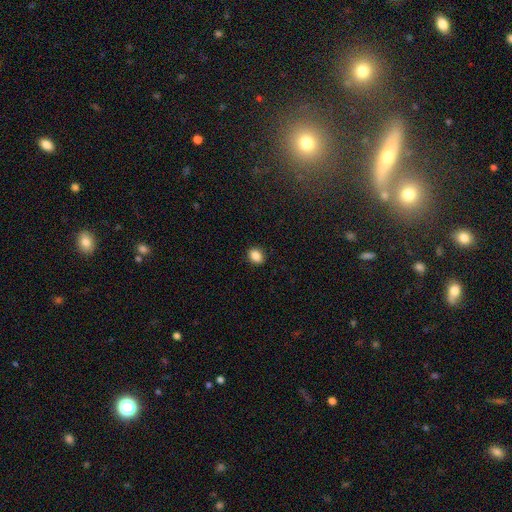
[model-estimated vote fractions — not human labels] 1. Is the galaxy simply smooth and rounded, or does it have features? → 87% smooth, 9% star or artifact, 3% featured or disk.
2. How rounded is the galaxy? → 55% in between, 44% round, 1% cigar-shaped.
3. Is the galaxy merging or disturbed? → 90% none, 7% minor disturbance, 2% major disturbance, 1% merger.